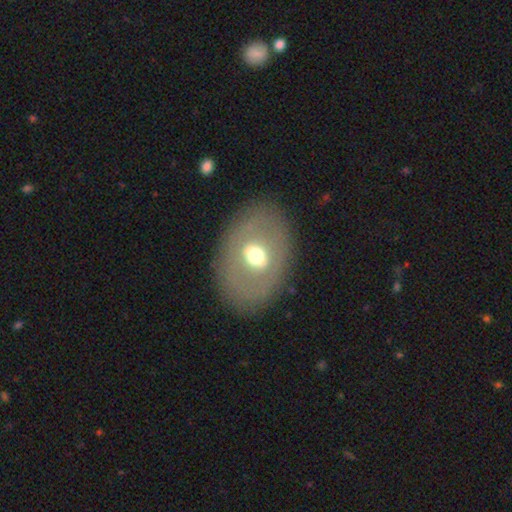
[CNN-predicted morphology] A featured or disk galaxy (47%).

Vote fractions:
- Smooth or featured? featured or disk: 47% / smooth: 45% / star or artifact: 9%
- Merging? none: 82% / minor disturbance: 10% / major disturbance: 6% / merger: 1%